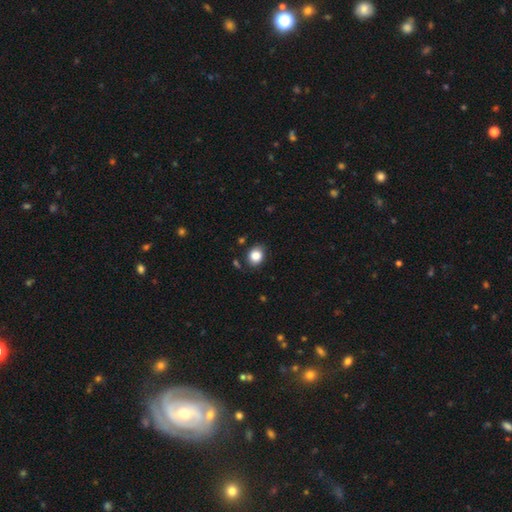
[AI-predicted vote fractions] smooth-or-featured: smooth: 85% | star or artifact: 10% | featured or disk: 6%
  how-rounded: round: 62% | in between: 37% | cigar-shaped: 1%
  merging: none: 82% | minor disturbance: 13% | major disturbance: 3% | merger: 2%